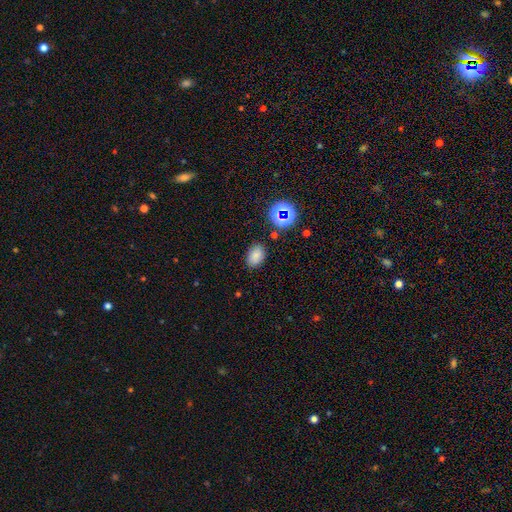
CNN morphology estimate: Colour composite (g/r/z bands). It shows a smooth galaxy with no disk features (77%) that is in between round and cigar-shaped (81%). Merging: none (83%).